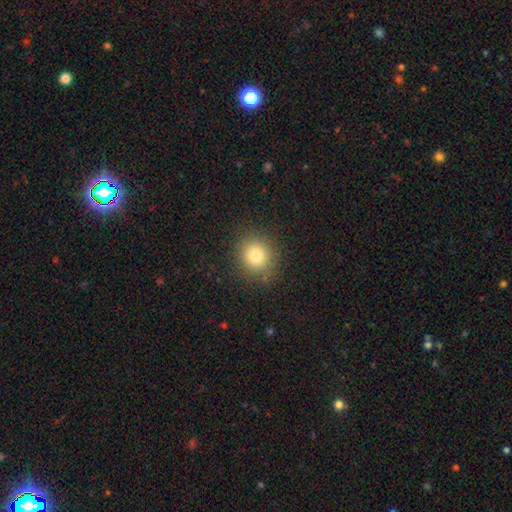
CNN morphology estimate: smooth 80%, star or artifact 12%, featured or disk 8%. Down the decision tree: how rounded — round (79%); merging — none (86%).